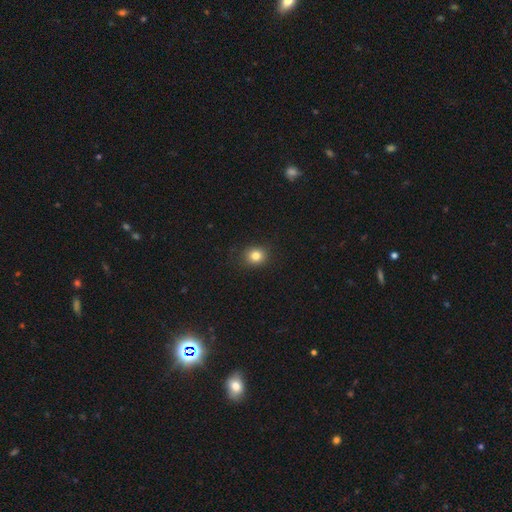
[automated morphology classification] Smooth or featured? Predicted: smooth (p=0.82). How rounded? Predicted: round (p=0.80). Merging? Predicted: none (p=0.89).